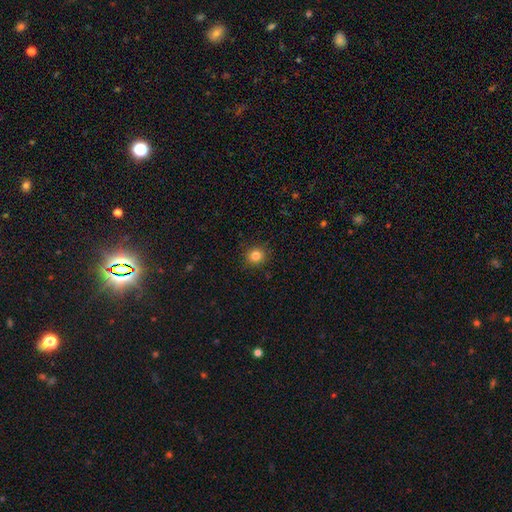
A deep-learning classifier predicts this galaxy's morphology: Smooth or featured? smooth (84%)
How rounded? round (91%)
Merging? none (90%)